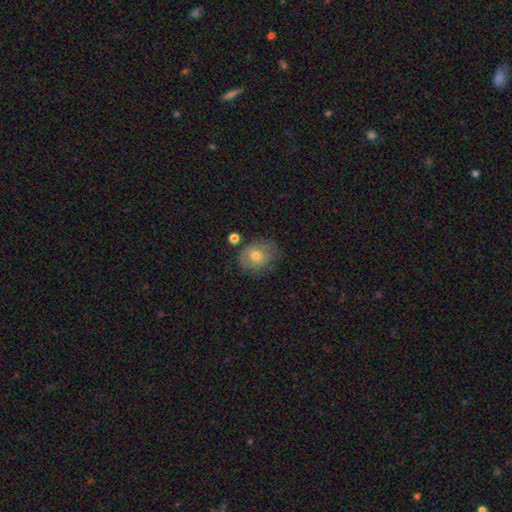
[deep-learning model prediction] Overall: smooth (66%). How rounded: round (68%; in between 31%). Merging: none (62%; minor disturbance 25%).